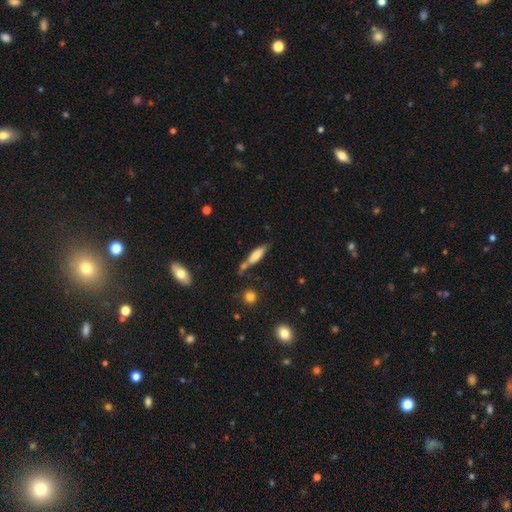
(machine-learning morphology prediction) smooth-or-featured: smooth: 67% | featured or disk: 26% | star or artifact: 8%
  how-rounded: cigar-shaped: 65% | in between: 33% | round: 2%
  merging: none: 56% | minor disturbance: 21% | merger: 17% | major disturbance: 7%